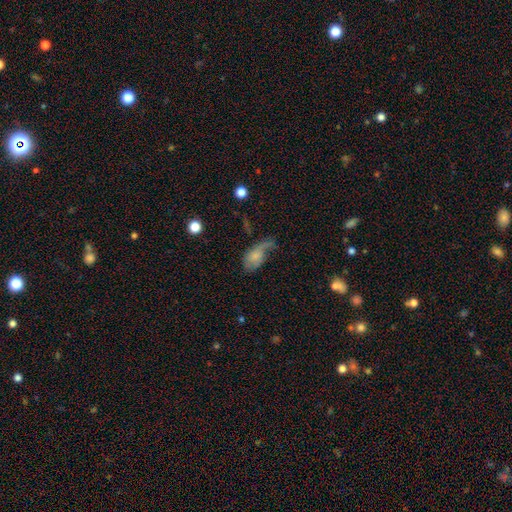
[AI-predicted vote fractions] A smooth galaxy with no disk features (57%) that is in between round and cigar-shaped (89%). Merging: major disturbance (42%).